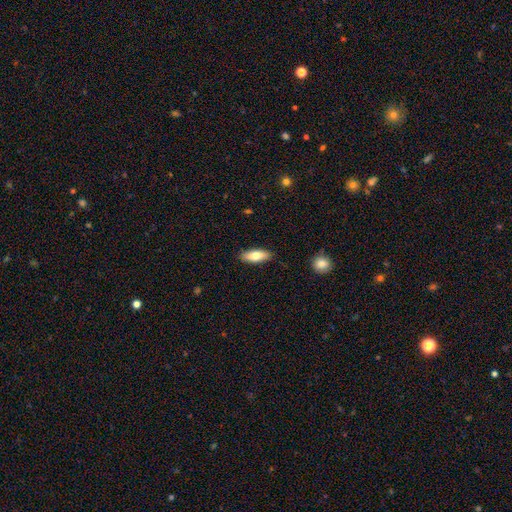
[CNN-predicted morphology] smooth-or-featured: smooth: 76% | featured or disk: 17% | star or artifact: 6%
  how-rounded: in between: 71% | cigar-shaped: 26% | round: 2%
  merging: none: 88% | minor disturbance: 9% | major disturbance: 2% | merger: 1%